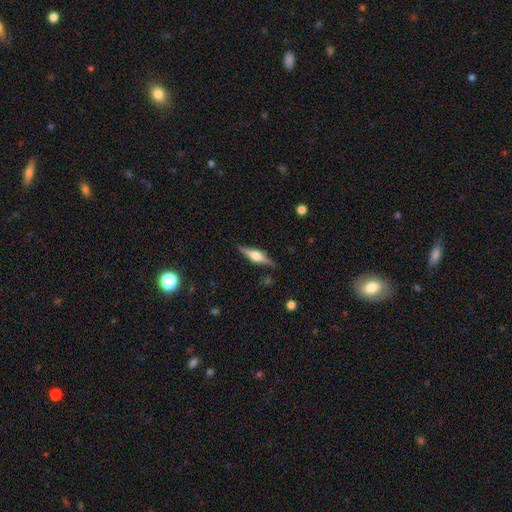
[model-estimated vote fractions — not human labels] Morphology: type=featured or disk (77%); edge-on=yes (98%); edge-on bulge=rounded (90%); merging=none (88%).